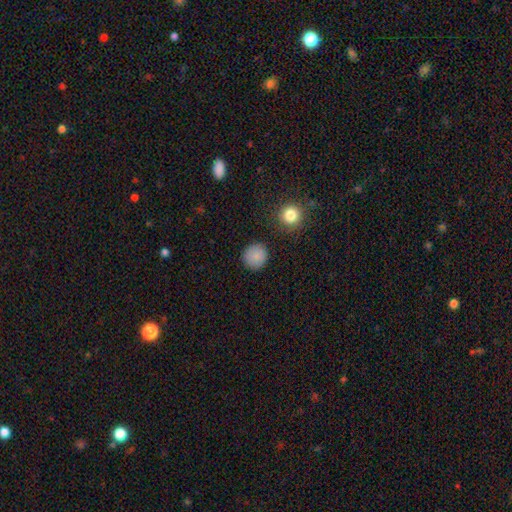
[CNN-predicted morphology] Smooth or featured? smooth (86%)
How rounded? round (92%)
Merging? none (88%)